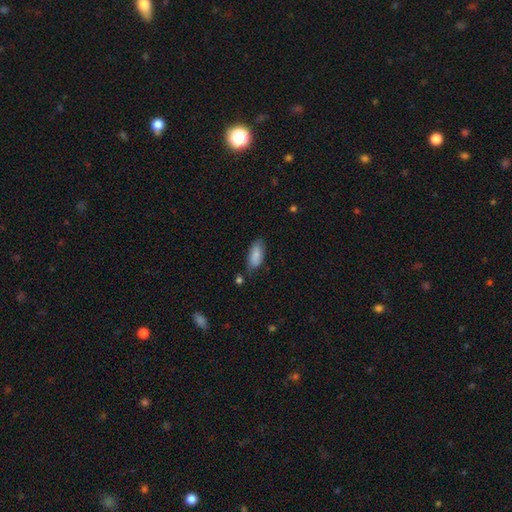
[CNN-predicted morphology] A smooth galaxy with no disk features (84%) that is in between round and cigar-shaped (86%).

Vote fractions:
- Smooth or featured? smooth: 84% / featured or disk: 9% / star or artifact: 6%
- How rounded? in between: 86% / cigar-shaped: 12% / round: 2%
- Merging? none: 66% / minor disturbance: 25% / major disturbance: 5% / merger: 4%